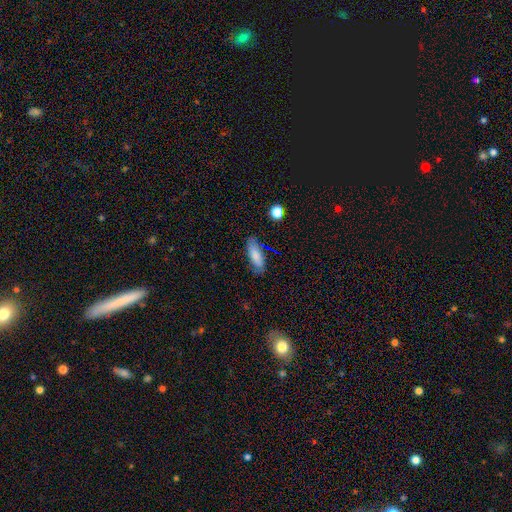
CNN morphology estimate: A smooth galaxy with no disk features (80%) that is in between round and cigar-shaped (63%).

Vote fractions:
- Smooth or featured? smooth: 80% / featured or disk: 13% / star or artifact: 7%
- How rounded? in between: 63% / cigar-shaped: 35% / round: 2%
- Merging? none: 78% / minor disturbance: 16% / major disturbance: 4% / merger: 2%